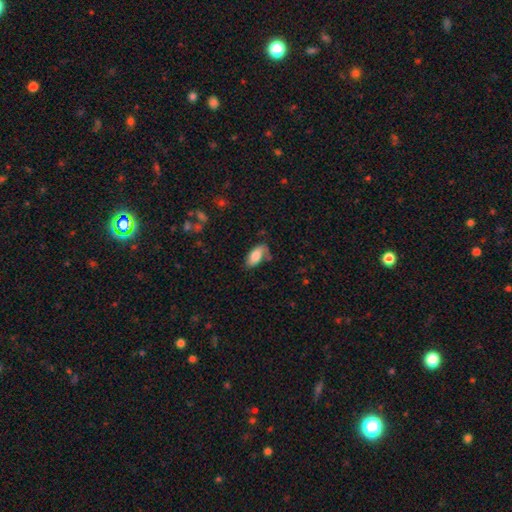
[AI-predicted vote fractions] Q: Smooth or featured?
A: smooth (79%); runner-up: featured or disk (14%)
Q: How rounded?
A: in between (91%); runner-up: cigar-shaped (7%)
Q: Merging?
A: none (59%); runner-up: minor disturbance (28%)